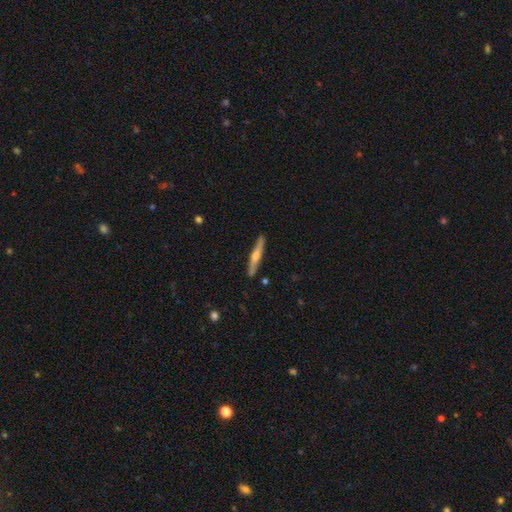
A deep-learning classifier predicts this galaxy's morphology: featured or disk 60%, smooth 34%, star or artifact 6%. Down the decision tree: edge-on disk — yes (95%); edge-on bulge — rounded (83%); merging — none (90%).